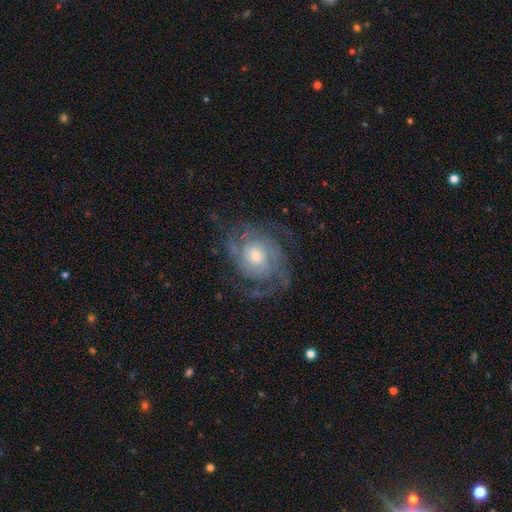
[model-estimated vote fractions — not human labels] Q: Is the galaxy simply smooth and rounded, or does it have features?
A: featured or disk — 86%.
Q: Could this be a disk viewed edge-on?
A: no — 97%.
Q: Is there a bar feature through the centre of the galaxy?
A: no — 73%.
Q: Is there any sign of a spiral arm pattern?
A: yes — 96%.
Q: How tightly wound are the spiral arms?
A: tight — 58%.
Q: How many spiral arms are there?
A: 2 — 29%.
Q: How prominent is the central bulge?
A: moderate — 54%.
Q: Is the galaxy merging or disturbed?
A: none — 71%.